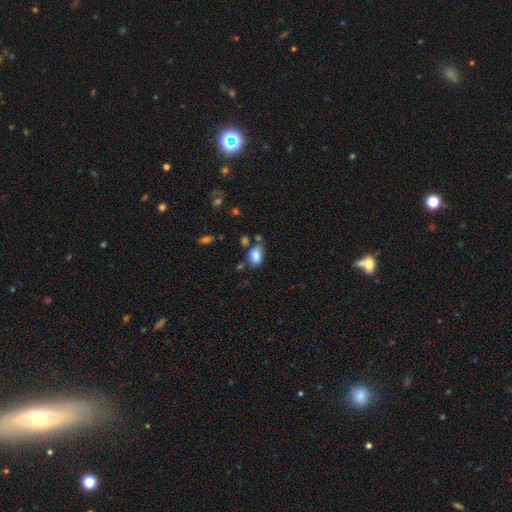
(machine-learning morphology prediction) A smooth galaxy with no disk features (82%) that is in between round and cigar-shaped (85%).

Vote fractions:
- Smooth or featured? smooth: 82% / star or artifact: 9% / featured or disk: 9%
- How rounded? in between: 85% / round: 13% / cigar-shaped: 2%
- Merging? none: 51% / minor disturbance: 26% / merger: 15% / major disturbance: 8%